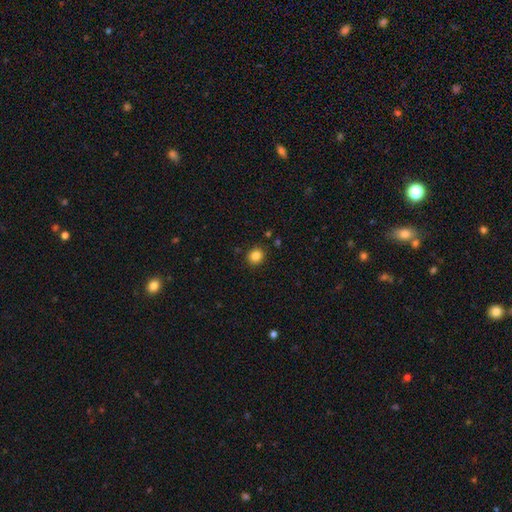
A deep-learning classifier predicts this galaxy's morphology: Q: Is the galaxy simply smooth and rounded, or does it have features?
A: smooth — 84%.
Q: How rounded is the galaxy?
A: round — 81%.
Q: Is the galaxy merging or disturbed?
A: none — 89%.